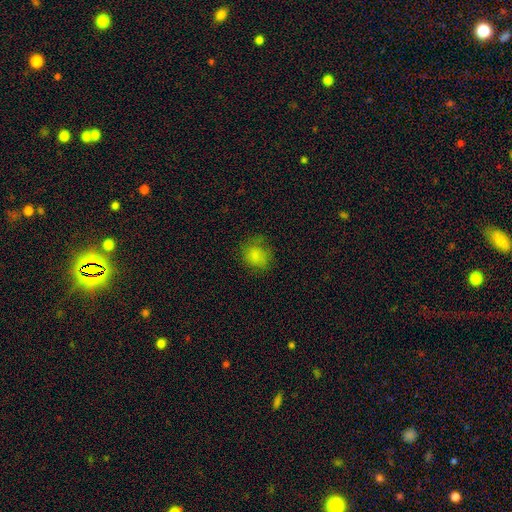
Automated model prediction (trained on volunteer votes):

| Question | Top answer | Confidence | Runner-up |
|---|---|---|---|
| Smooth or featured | smooth | 80% | star or artifact (13%) |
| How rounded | round | 71% | in between (28%) |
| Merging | none | 68% | minor disturbance (22%) |